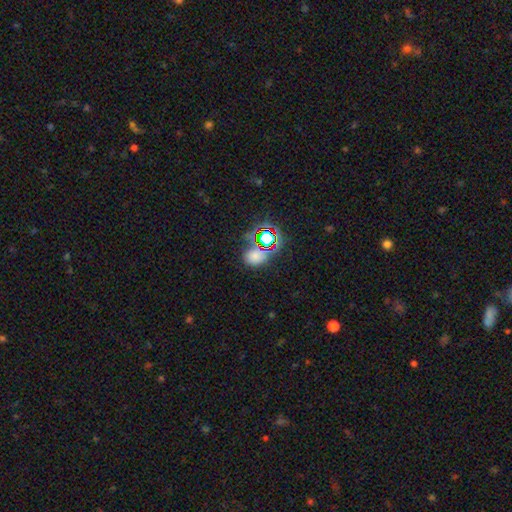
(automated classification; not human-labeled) smooth_or_featured: smooth (p=0.56) [alt: star or artifact p=0.35]
how_rounded: round (p=0.53) [alt: in between p=0.46]
merging: none (p=0.62) [alt: minor disturbance p=0.16]